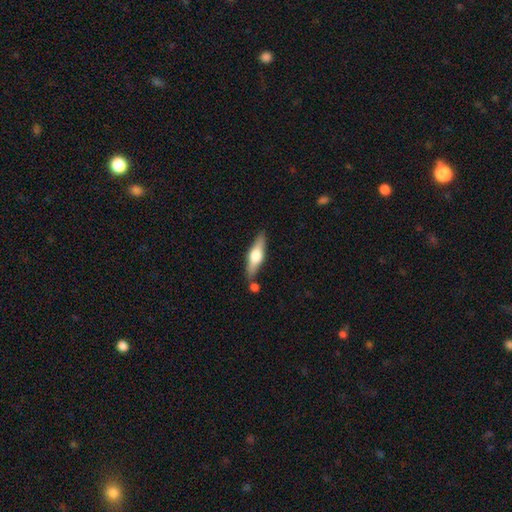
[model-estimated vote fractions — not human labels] This appears to be a featured or disk galaxy (55%) viewed edge-on (93%) with a rounded central bulge (93%). Merging: none (76%).